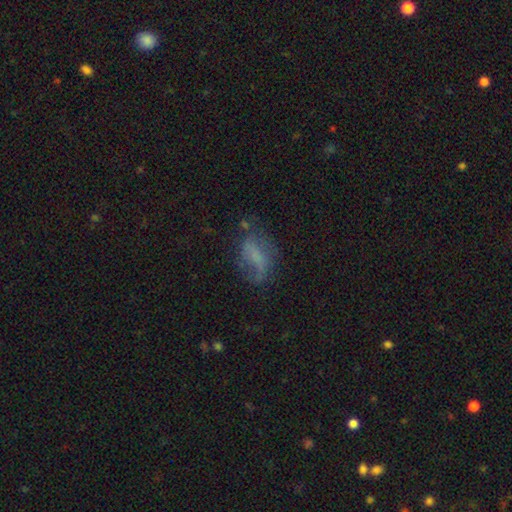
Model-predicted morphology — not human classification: A smooth galaxy with no disk features (44%). Merging: none (45%).